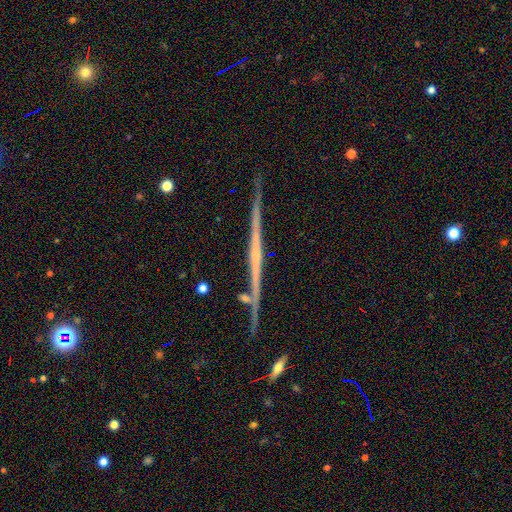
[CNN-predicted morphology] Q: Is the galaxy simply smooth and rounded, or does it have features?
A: featured or disk — 77%.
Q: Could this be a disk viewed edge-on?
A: yes — 98%.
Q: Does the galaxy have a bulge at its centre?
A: none — 72%.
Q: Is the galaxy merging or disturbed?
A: none — 87%.